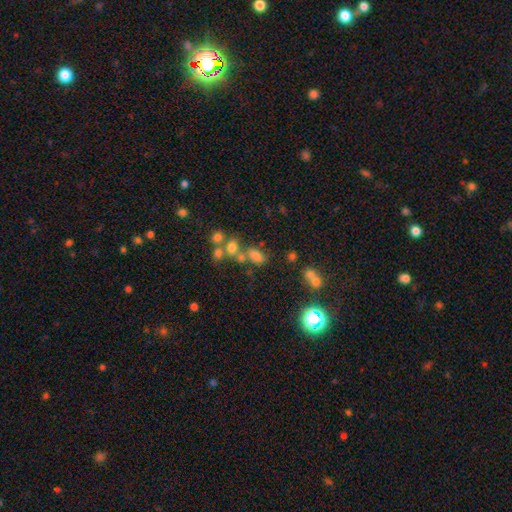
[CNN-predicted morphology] Smooth or featured? smooth (64%)
How rounded? in between (75%)
Merging? none (50%)